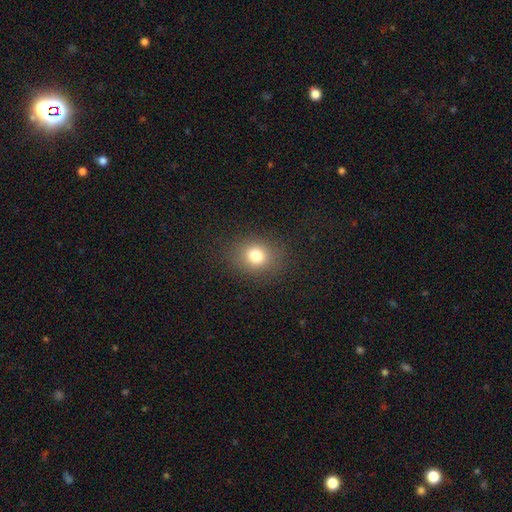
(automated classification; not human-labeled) Q: Smooth or featured?
A: smooth (78%); runner-up: star or artifact (14%)
Q: How rounded?
A: round (63%); runner-up: in between (35%)
Q: Merging?
A: none (86%); runner-up: minor disturbance (9%)